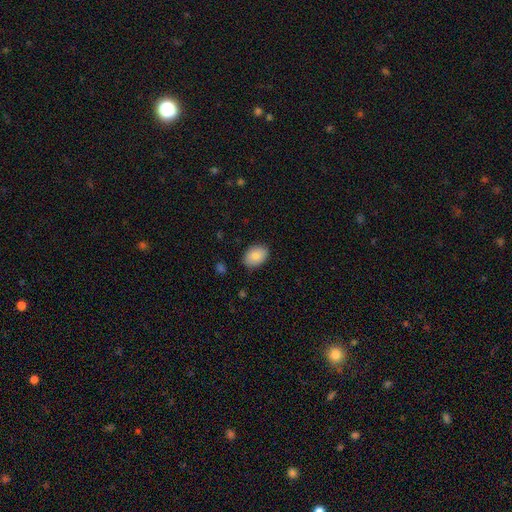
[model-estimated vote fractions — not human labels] A smooth galaxy with no disk features (87%) that is in between round and cigar-shaped (80%). Merging: none (85%).